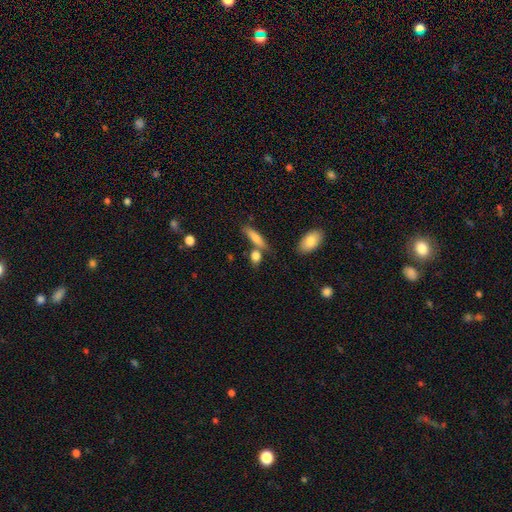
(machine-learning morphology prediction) type=smooth (77%); roundness=in between (44%); merging=none (61%).